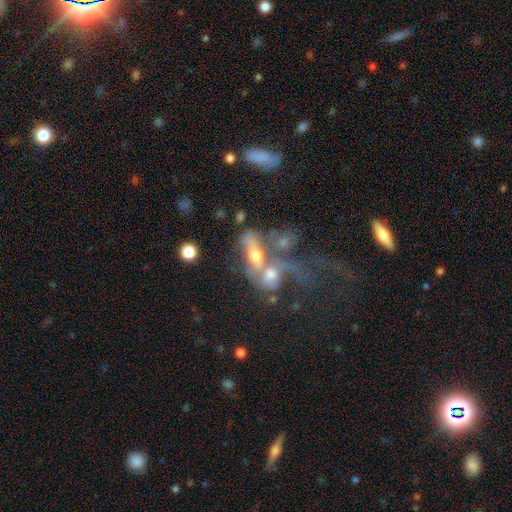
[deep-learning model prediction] Morphology: type=featured or disk (45%); merging=merger (70%).